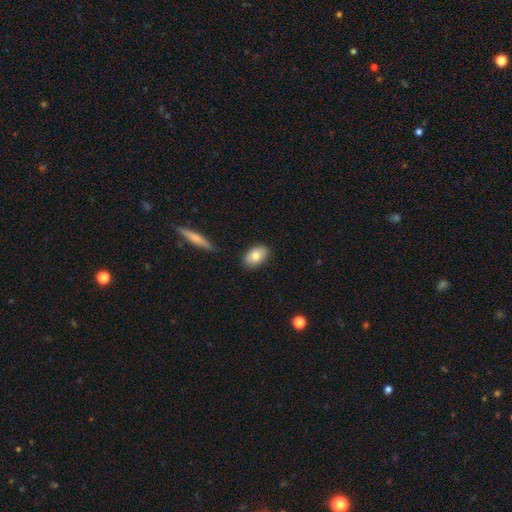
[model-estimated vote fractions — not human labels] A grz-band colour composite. It shows a smooth galaxy with no disk features (78%) that is in between round and cigar-shaped (89%). Merging: none (85%).